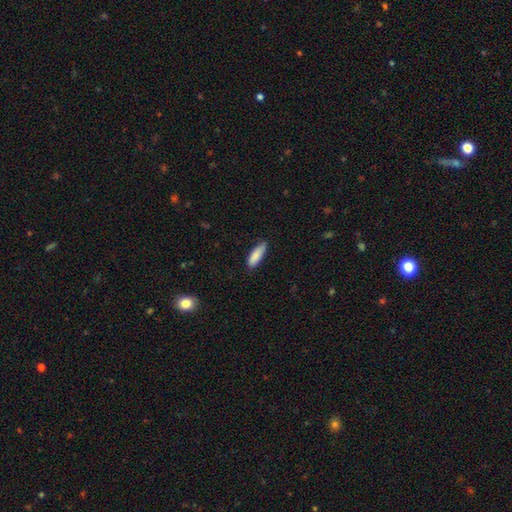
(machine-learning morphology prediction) type=smooth (87%); roundness=in between (53%); merging=none (74%).